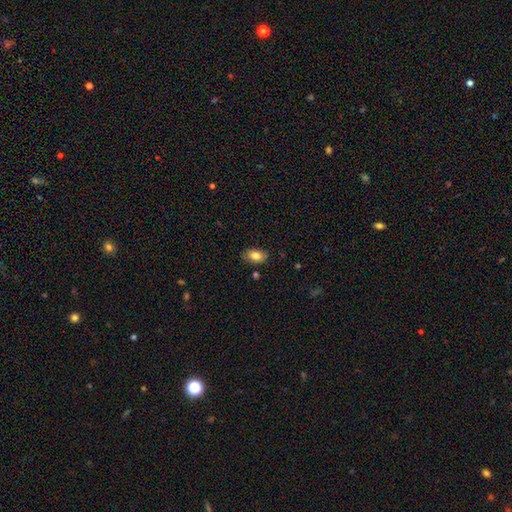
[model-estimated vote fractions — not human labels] Smooth or featured?
  - smooth: 82% *
  - featured or disk: 10%
  - star or artifact: 8%
How rounded?
  - in between: 89% *
  - round: 9%
  - cigar-shaped: 2%
Merging?
  - none: 82% *
  - minor disturbance: 13%
  - major disturbance: 3%
  - merger: 2%